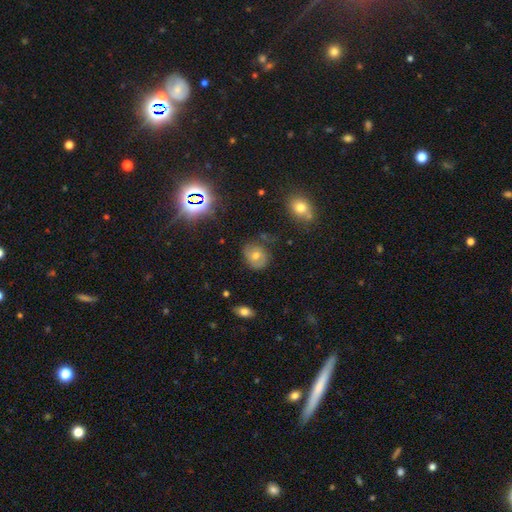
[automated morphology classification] smooth_or_featured: smooth (p=0.60) [alt: featured or disk p=0.25]
how_rounded: round (p=0.59) [alt: in between p=0.40]
merging: none (p=0.70) [alt: minor disturbance p=0.20]